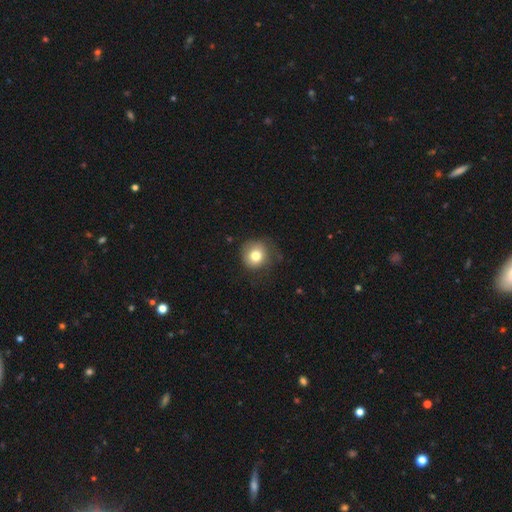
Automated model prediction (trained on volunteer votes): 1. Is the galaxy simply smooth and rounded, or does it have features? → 78% smooth, 12% featured or disk, 10% star or artifact.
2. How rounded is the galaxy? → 90% round, 9% in between, 1% cigar-shaped.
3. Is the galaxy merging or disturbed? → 67% none, 23% minor disturbance, 9% major disturbance, 1% merger.